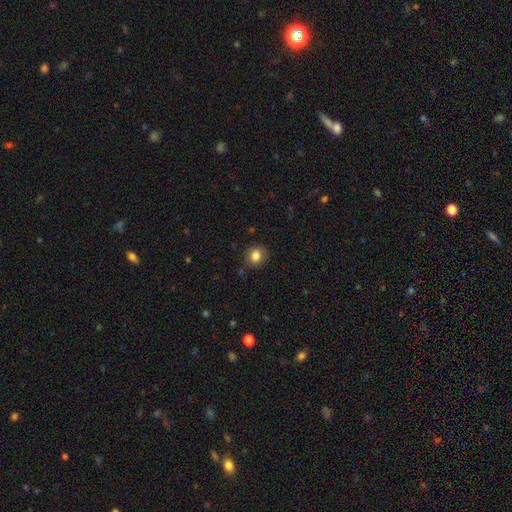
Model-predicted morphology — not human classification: Smooth or featured: smooth — 83% (star or artifact — 10%)
How rounded: round — 72% (in between — 27%)
Merging: none — 82% (minor disturbance — 13%)